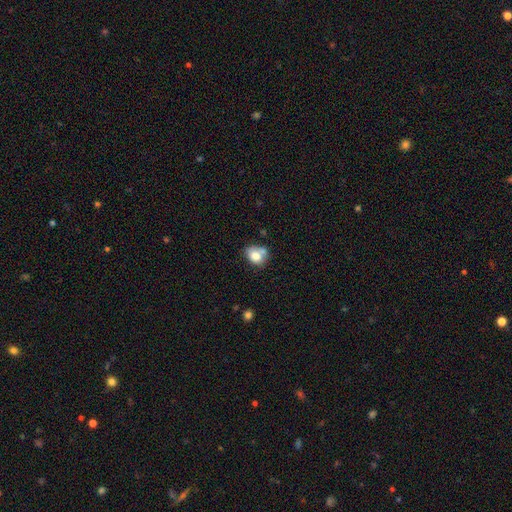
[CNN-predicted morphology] Smooth or featured? smooth (75%)
How rounded? in between (55%)
Merging? none (42%)